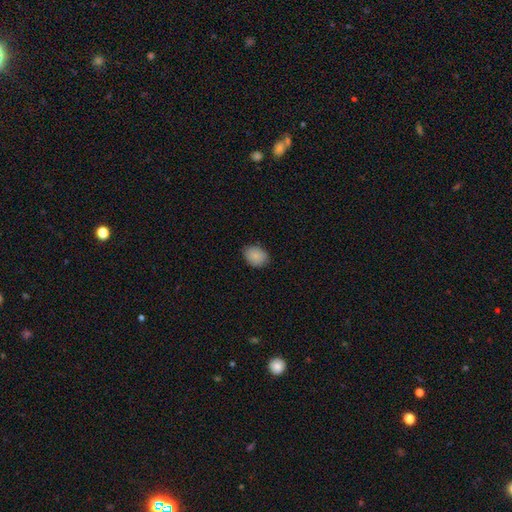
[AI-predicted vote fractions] Overall: smooth (87%). How rounded: in between (57%; round 42%). Merging: none (83%).